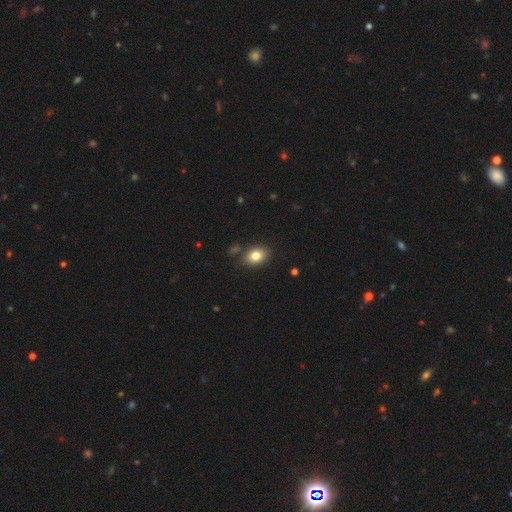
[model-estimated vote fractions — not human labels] smooth_or_featured: smooth (p=0.82) [alt: star or artifact p=0.09]
how_rounded: in between (p=0.76) [alt: round p=0.23]
merging: none (p=0.82) [alt: minor disturbance p=0.11]